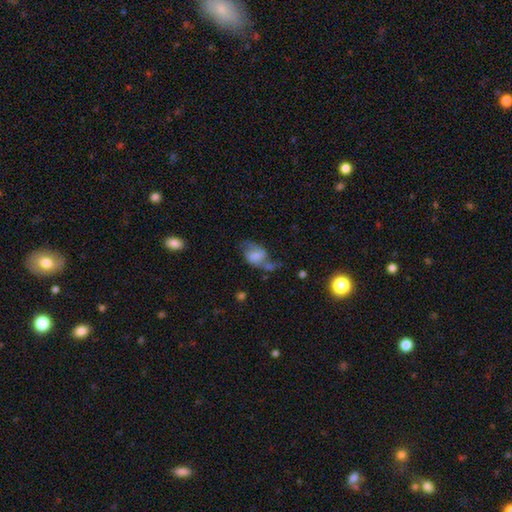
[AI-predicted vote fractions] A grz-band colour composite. It shows a smooth galaxy with no disk features (51%) that is in between round and cigar-shaped (80%). Merging: none (32%).